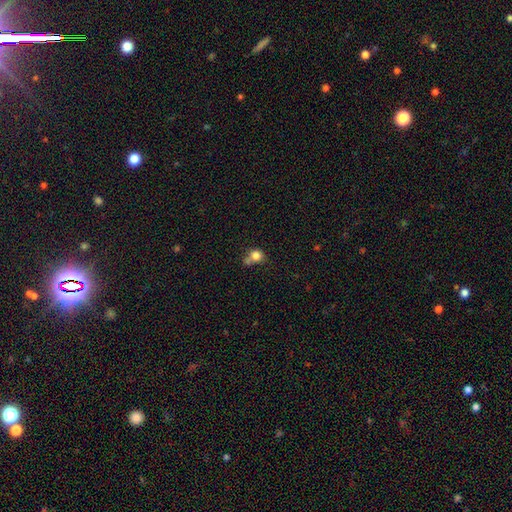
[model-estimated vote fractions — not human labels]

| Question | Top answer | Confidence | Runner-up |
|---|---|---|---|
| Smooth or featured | smooth | 80% | star or artifact (11%) |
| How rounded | round | 77% | in between (21%) |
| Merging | none | 45% | merger (30%) |